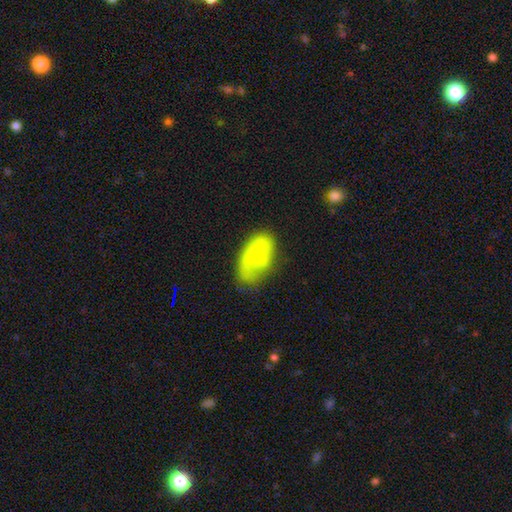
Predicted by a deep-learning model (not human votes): Smooth or featured? Predicted: smooth (p=0.64). How rounded? Predicted: in between (p=0.93). Merging? Predicted: none (p=0.52).